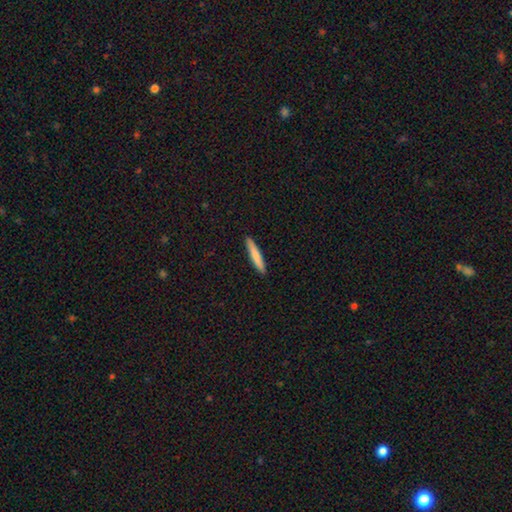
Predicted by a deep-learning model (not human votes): Q: Smooth or featured?
A: smooth (77%); runner-up: featured or disk (18%)
Q: How rounded?
A: cigar-shaped (94%); runner-up: in between (5%)
Q: Merging?
A: none (92%); runner-up: minor disturbance (6%)